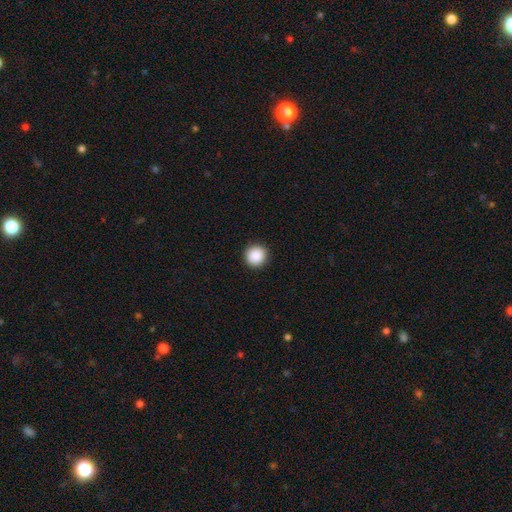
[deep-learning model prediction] The model was most divided on "smooth or featured": smooth: 89%, star or artifact: 9%, featured or disk: 2%. More confident: how rounded — round (95%); merging — none (92%).